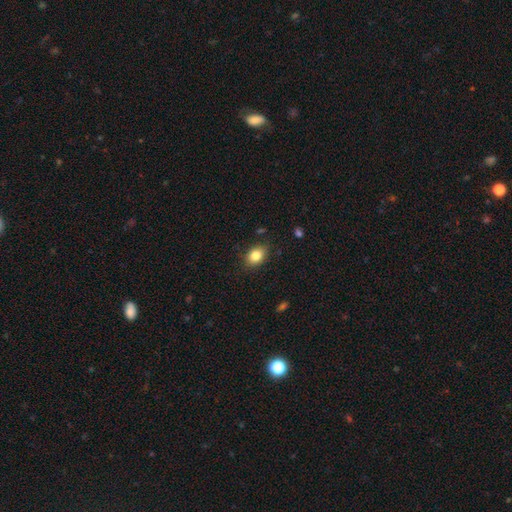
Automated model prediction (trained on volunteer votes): This is clearly a smooth galaxy (83%). How rounded: likely in between (68%). Merging: clearly none (84%).